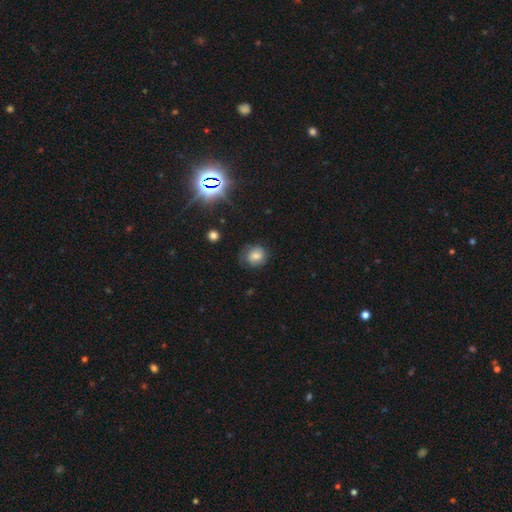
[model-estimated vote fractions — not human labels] smooth_or_featured: smooth (p=0.59) [alt: featured or disk p=0.28]
how_rounded: round (p=0.68) [alt: in between p=0.31]
merging: none (p=0.63) [alt: minor disturbance p=0.24]